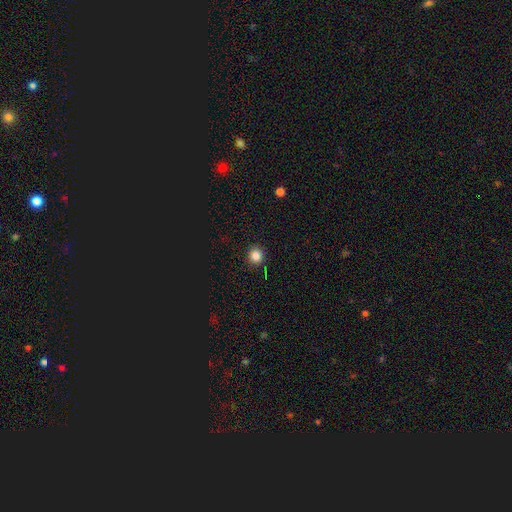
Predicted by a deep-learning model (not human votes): smooth 83%, star or artifact 12%, featured or disk 5%. Down the decision tree: how rounded — round (92%); merging — none (91%).